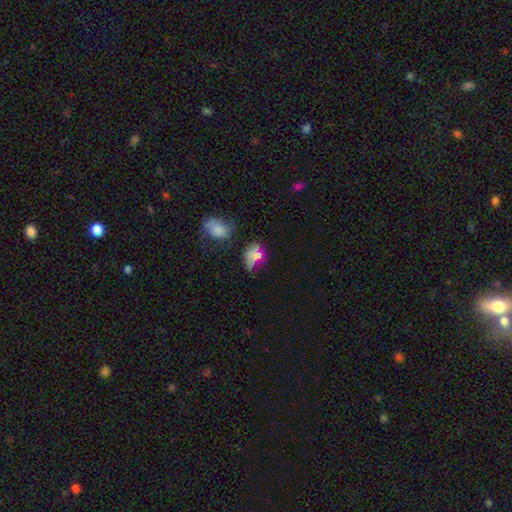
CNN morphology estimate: smooth-or-featured: smooth: 62% | star or artifact: 23% | featured or disk: 15%
  how-rounded: in between: 52% | round: 45% | cigar-shaped: 3%
  merging: none: 48% | minor disturbance: 23% | major disturbance: 16% | merger: 13%